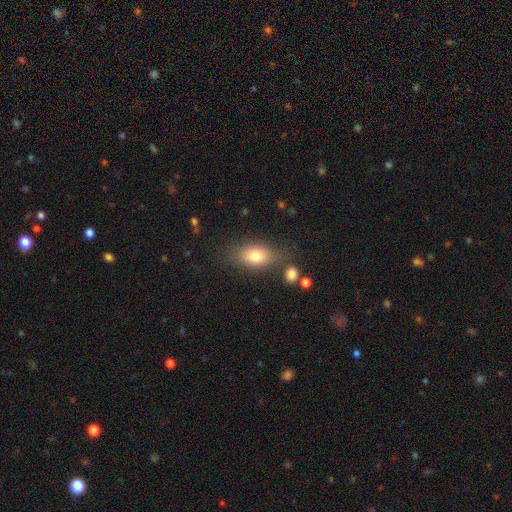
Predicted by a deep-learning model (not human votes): smooth-or-featured: smooth: 76% | featured or disk: 14% | star or artifact: 9%
  how-rounded: in between: 82% | round: 13% | cigar-shaped: 5%
  merging: none: 74% | minor disturbance: 15% | major disturbance: 6% | merger: 5%